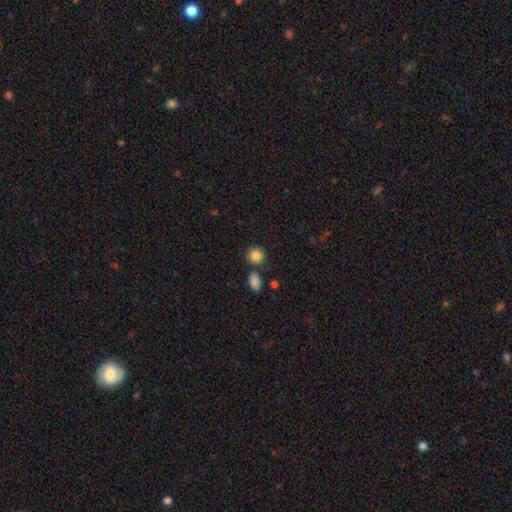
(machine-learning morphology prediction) smooth 85%, star or artifact 9%, featured or disk 5%. Down the decision tree: how rounded — round (83%); merging — none (73%).